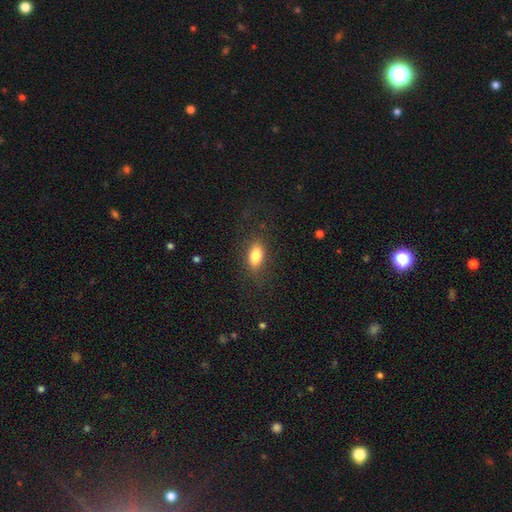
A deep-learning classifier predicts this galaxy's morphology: smooth-or-featured: smooth: 81% | featured or disk: 11% | star or artifact: 8%
  how-rounded: in between: 86% | cigar-shaped: 8% | round: 6%
  merging: none: 82% | minor disturbance: 12% | major disturbance: 5% | merger: 1%